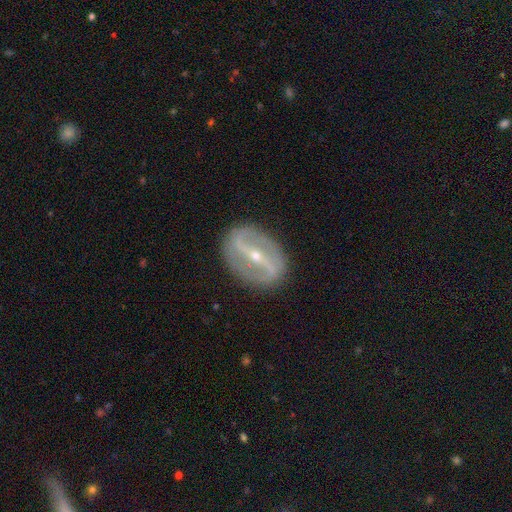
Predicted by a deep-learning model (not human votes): smooth_or_featured: featured or disk (p=0.88) [alt: smooth p=0.07]
disk_edge_on: no (p=0.91) [alt: yes p=0.09]
bar: strong (p=0.79) [alt: weak p=0.15]
has_spiral_arms: yes (p=0.75) [alt: no p=0.25]
spiral_winding: medium (p=0.38) [alt: loose p=0.37]
spiral_arm_count: 2 (p=0.89) [alt: can't tell p=0.06]
bulge_size: small (p=0.70) [alt: moderate p=0.27]
merging: none (p=0.87) [alt: minor disturbance p=0.09]